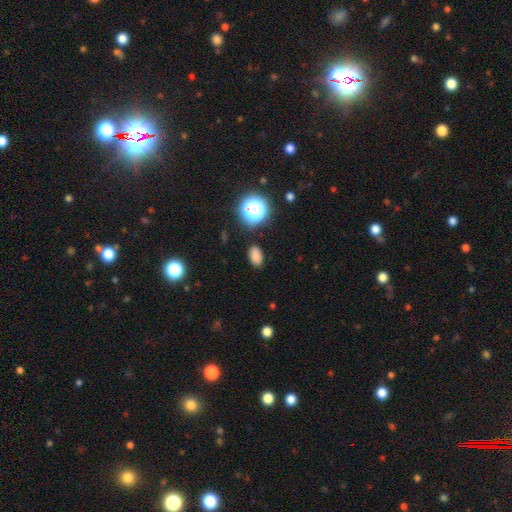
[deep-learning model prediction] smooth-or-featured: smooth: 80% | star or artifact: 15% | featured or disk: 5%
  how-rounded: in between: 86% | round: 12% | cigar-shaped: 2%
  merging: none: 85% | minor disturbance: 10% | major disturbance: 3% | merger: 2%